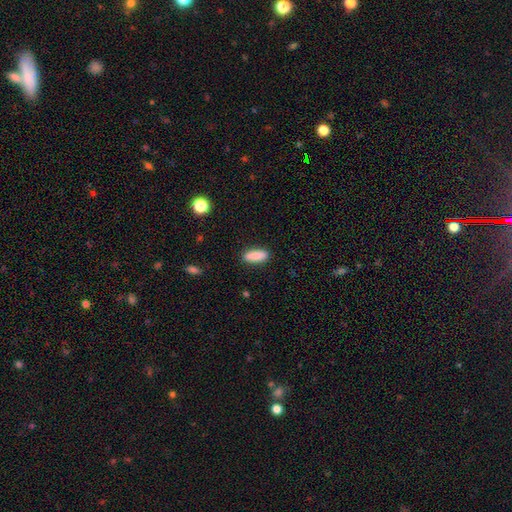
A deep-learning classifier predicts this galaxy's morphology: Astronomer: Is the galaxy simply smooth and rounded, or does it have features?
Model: smooth — 86%.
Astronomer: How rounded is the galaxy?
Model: in between — 56% (runner-up: cigar-shaped, 41%).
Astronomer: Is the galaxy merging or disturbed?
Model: none — 88%.